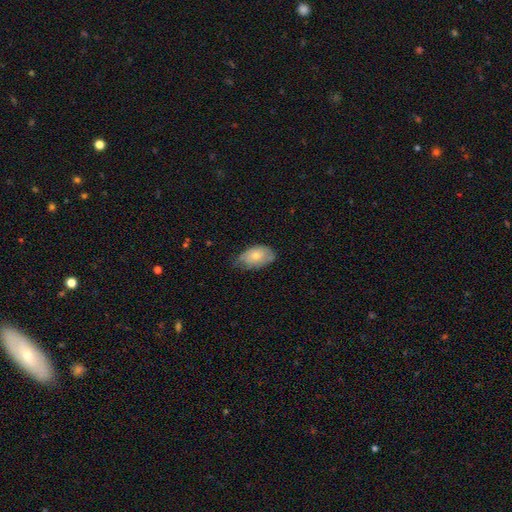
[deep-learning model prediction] smooth_or_featured: smooth (p=0.68) [alt: featured or disk p=0.26]
how_rounded: in between (p=0.91) [alt: round p=0.08]
merging: none (p=0.51) [alt: minor disturbance p=0.39]